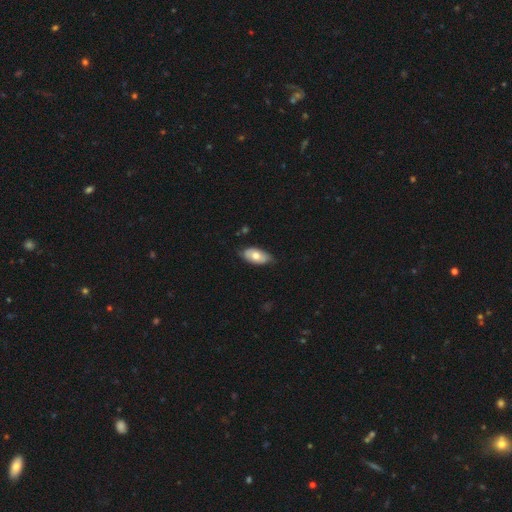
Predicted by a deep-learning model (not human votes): Smooth or featured? Predicted: smooth (p=0.64). How rounded? Predicted: in between (p=0.93). Merging? Predicted: none (p=0.70).